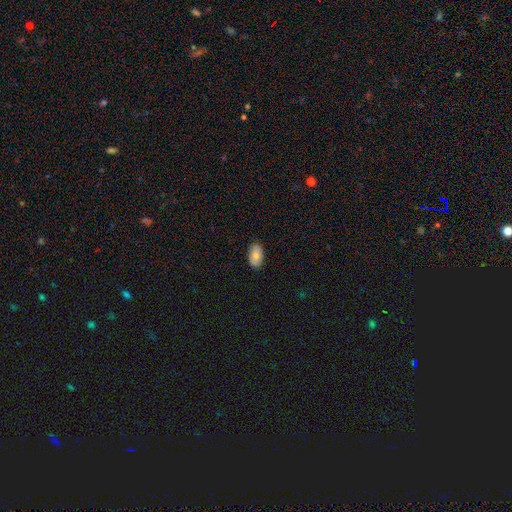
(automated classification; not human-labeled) Smooth or featured: smooth — 80% (featured or disk — 13%)
How rounded: in between — 93% (round — 6%)
Merging: none — 85% (minor disturbance — 12%)